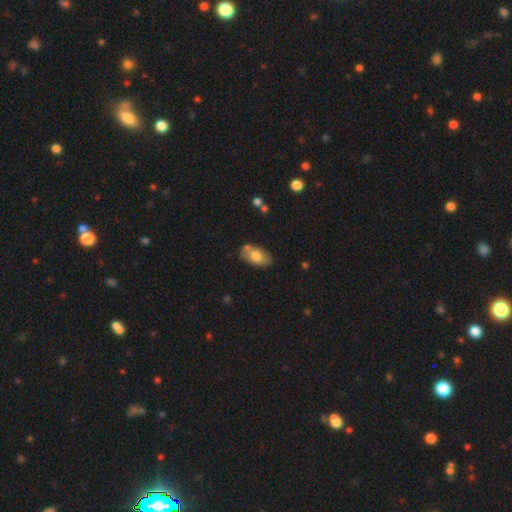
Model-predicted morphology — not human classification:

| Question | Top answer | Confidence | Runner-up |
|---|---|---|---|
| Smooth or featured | smooth | 72% | featured or disk (21%) |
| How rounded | in between | 92% | round (6%) |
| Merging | none | 66% | minor disturbance (20%) |